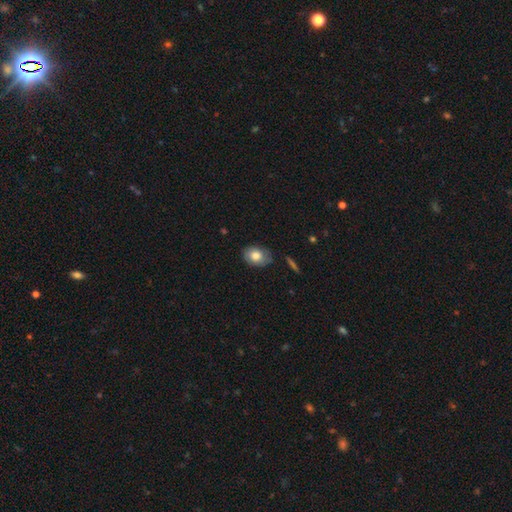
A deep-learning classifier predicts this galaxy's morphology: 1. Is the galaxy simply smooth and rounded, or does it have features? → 69% smooth, 24% featured or disk, 7% star or artifact.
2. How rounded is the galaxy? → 72% in between, 27% round, 1% cigar-shaped.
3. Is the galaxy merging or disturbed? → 73% none, 20% minor disturbance, 5% major disturbance, 2% merger.